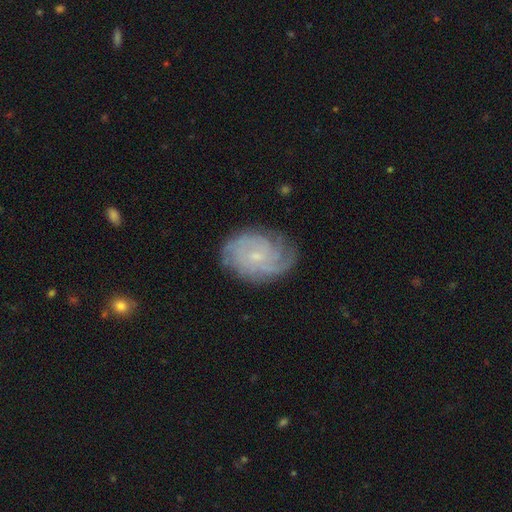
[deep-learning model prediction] Smooth or featured: featured or disk — 81% (smooth — 12%)
Edge-on disk: no — 97% (yes — 3%)
Bar: no — 68% (weak — 28%)
Spiral arms: yes — 96% (no — 4%)
Spiral winding: tight — 66% (medium — 27%)
Spiral arm count: can't tell — 34% (3 — 20%)
Bulge size: small — 77% (moderate — 16%)
Merging: none — 76% (minor disturbance — 17%)